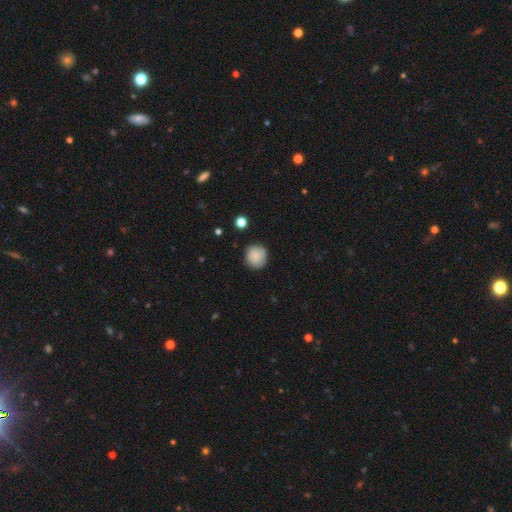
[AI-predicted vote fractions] smooth-or-featured: smooth: 86% | star or artifact: 8% | featured or disk: 6%
  how-rounded: round: 92% | in between: 7% | cigar-shaped: 1%
  merging: none: 84% | minor disturbance: 12% | major disturbance: 3% | merger: 1%